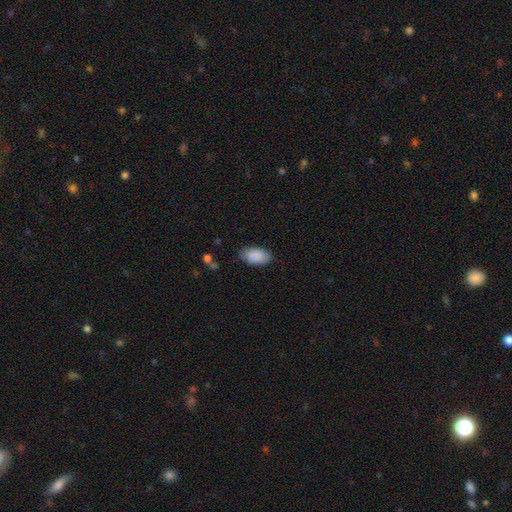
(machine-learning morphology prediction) type=smooth (89%); roundness=in between (95%); merging=none (84%).